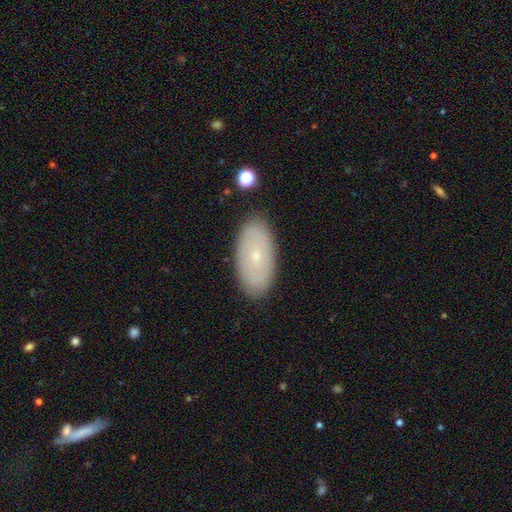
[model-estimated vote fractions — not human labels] Smooth or featured?
  - smooth: 50% *
  - featured or disk: 43%
  - star or artifact: 7%
Merging?
  - none: 87% *
  - minor disturbance: 10%
  - major disturbance: 2%
  - merger: 1%